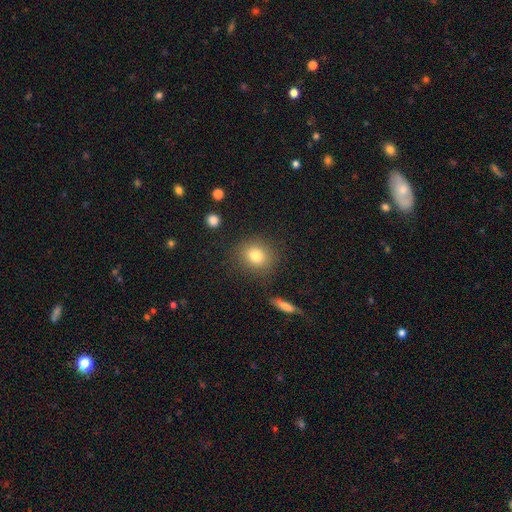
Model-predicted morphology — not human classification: type=smooth (80%); roundness=round (73%); merging=none (84%).